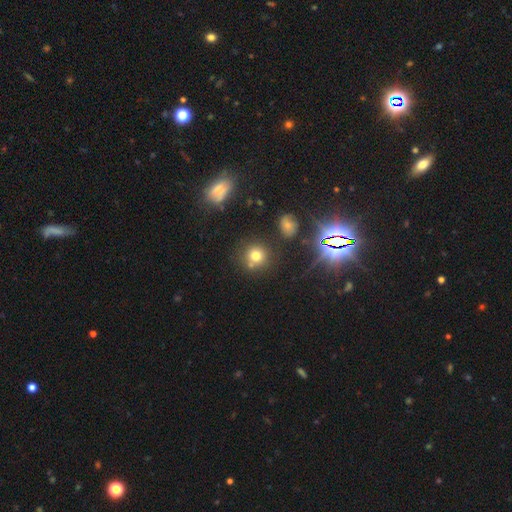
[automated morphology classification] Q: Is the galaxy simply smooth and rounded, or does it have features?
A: smooth — 69%.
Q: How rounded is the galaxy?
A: round — 88%.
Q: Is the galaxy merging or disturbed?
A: none — 69%.